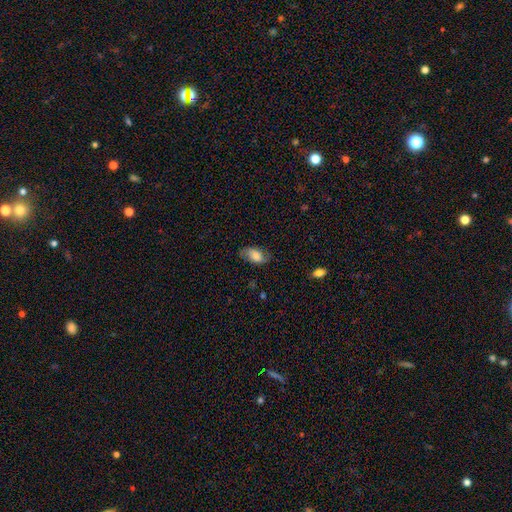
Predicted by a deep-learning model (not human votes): Smooth or featured? Predicted: smooth (p=0.66). How rounded? Predicted: in between (p=0.92). Merging? Predicted: none (p=0.71).